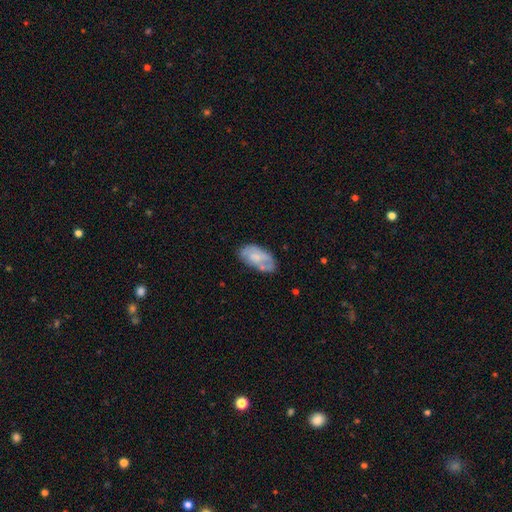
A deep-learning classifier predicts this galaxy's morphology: Overall: smooth (48%; featured or disk 44%). Merging: none (59%; minor disturbance 27%).